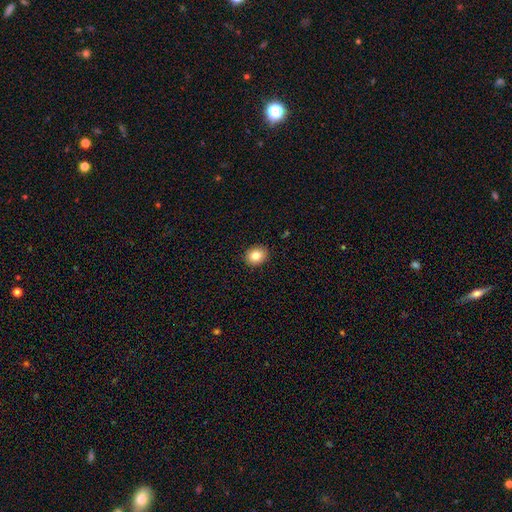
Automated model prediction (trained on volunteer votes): smooth-or-featured: smooth: 83% | star or artifact: 9% | featured or disk: 8%
  how-rounded: round: 60% | in between: 40% | cigar-shaped: 1%
  merging: none: 90% | minor disturbance: 7% | major disturbance: 2% | merger: 1%